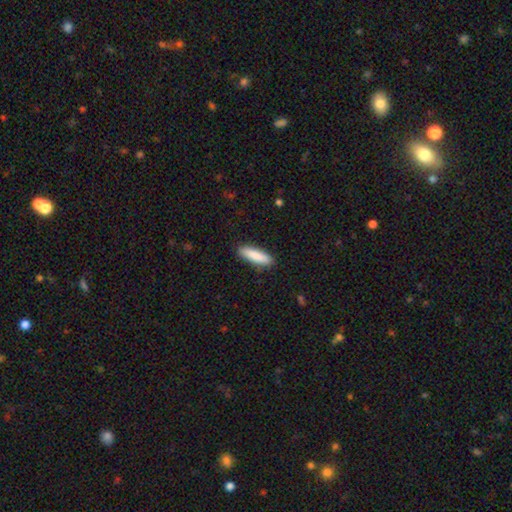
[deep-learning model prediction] This is clearly a smooth galaxy (88%). How rounded: likely cigar-shaped (69%). Merging: clearly none (89%).